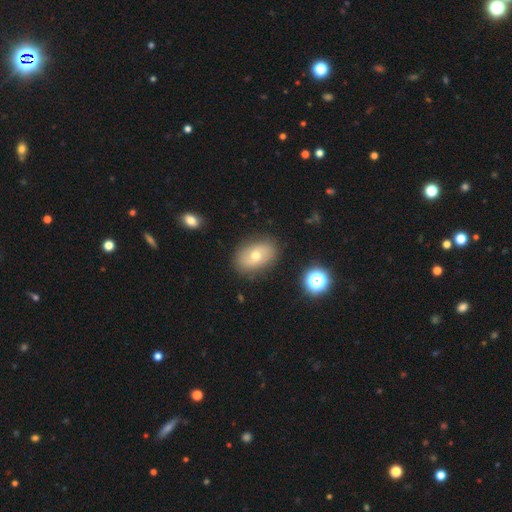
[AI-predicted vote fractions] Smooth or featured: smooth — 51% (featured or disk — 38%)
How rounded: in between — 82% (round — 17%)
Merging: none — 82% (minor disturbance — 12%)